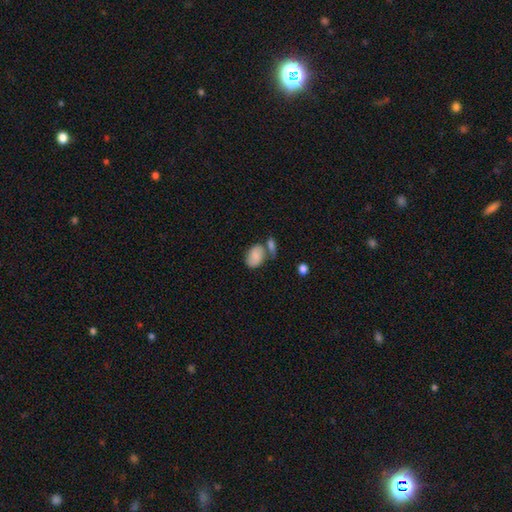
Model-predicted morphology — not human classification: smooth_or_featured: smooth (p=0.77) [alt: featured or disk p=0.16]
how_rounded: in between (p=0.84) [alt: round p=0.15]
merging: none (p=0.41) [alt: merger p=0.31]